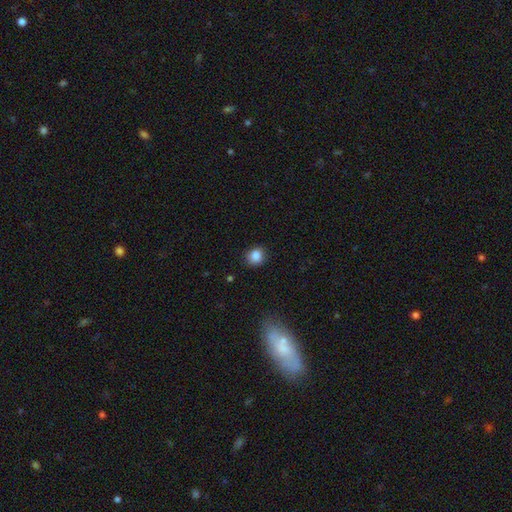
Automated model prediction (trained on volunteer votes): Smooth or featured?
  - smooth: 85% *
  - star or artifact: 10%
  - featured or disk: 4%
How rounded?
  - round: 79% *
  - in between: 20%
  - cigar-shaped: 1%
Merging?
  - none: 86% *
  - minor disturbance: 10%
  - major disturbance: 2%
  - merger: 1%